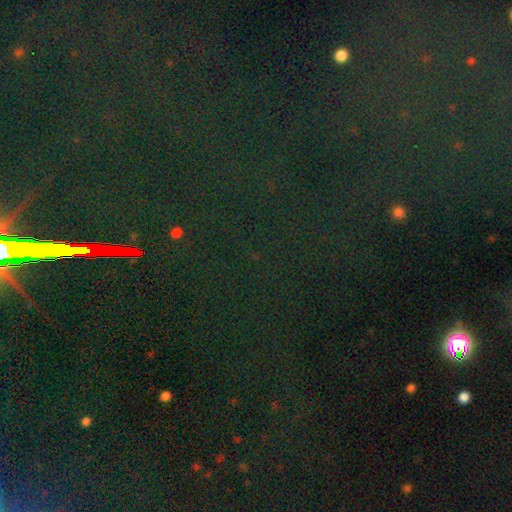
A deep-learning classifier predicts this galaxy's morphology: Overall: star or artifact (82%).